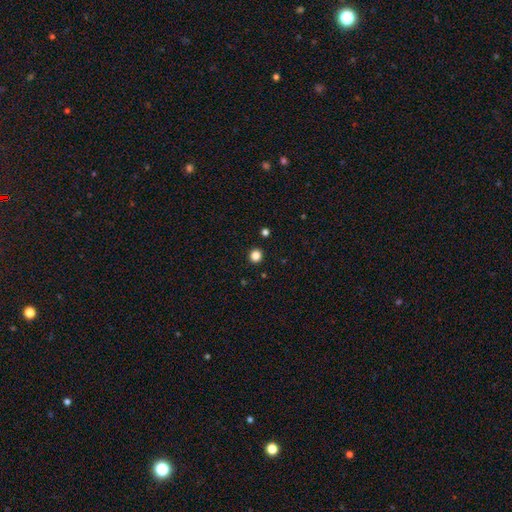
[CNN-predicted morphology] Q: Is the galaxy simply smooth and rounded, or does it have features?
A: smooth — 84%.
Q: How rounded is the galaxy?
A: round — 92%.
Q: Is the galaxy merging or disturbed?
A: none — 93%.